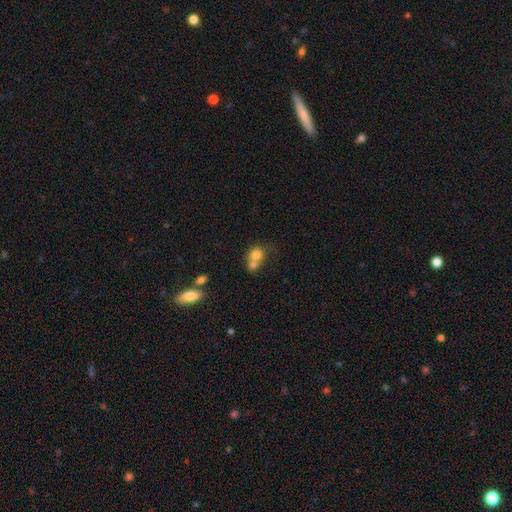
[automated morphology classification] This appears to be a smooth galaxy with no disk features (75%) that is round (69%). Merging: merger (62%).